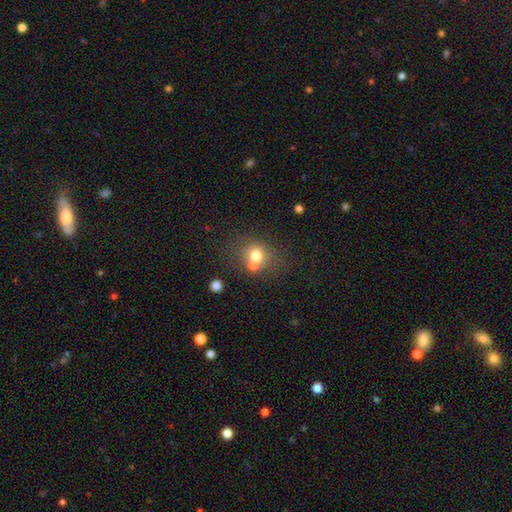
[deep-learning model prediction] Overall: smooth (71%). How rounded: round (73%). Merging: none (51%; merger 34%).